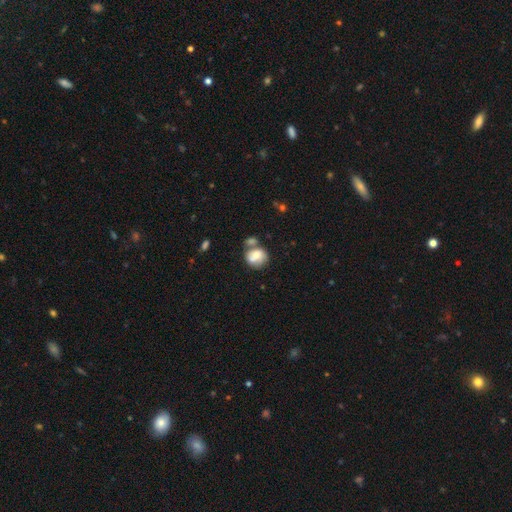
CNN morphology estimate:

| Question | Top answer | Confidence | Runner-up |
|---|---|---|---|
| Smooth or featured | smooth | 68% | featured or disk (24%) |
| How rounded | round | 70% | in between (29%) |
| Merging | merger | 38% | none (37%) |